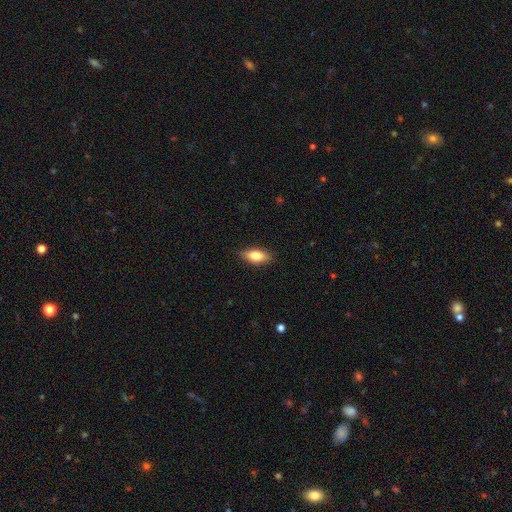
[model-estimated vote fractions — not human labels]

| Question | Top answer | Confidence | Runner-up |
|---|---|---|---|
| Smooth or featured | smooth | 74% | featured or disk (19%) |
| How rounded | in between | 80% | cigar-shaped (17%) |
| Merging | none | 85% | minor disturbance (12%) |